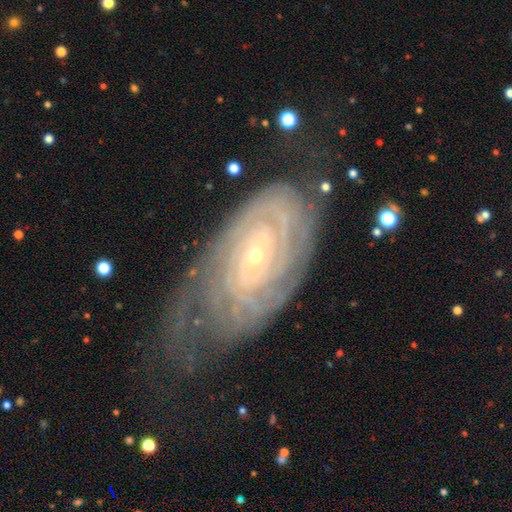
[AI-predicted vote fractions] Smooth or featured: featured or disk — 88% (smooth — 6%)
Edge-on disk: no — 95% (yes — 5%)
Bar: no — 67% (weak — 23%)
Spiral arms: yes — 97% (no — 3%)
Spiral winding: tight — 83% (medium — 14%)
Spiral arm count: can't tell — 33% (2 — 21%)
Bulge size: small — 80% (moderate — 17%)
Merging: none — 60% (minor disturbance — 25%)